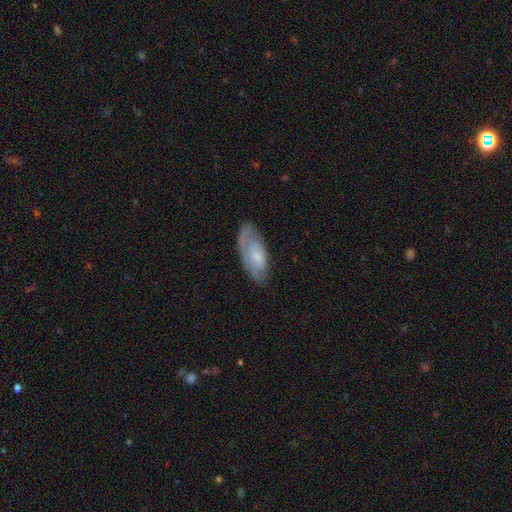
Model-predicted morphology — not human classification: The model was most divided on "smooth or featured": featured or disk: 47%, smooth: 46%, star or artifact: 6%. More confident: merging — none (65%).